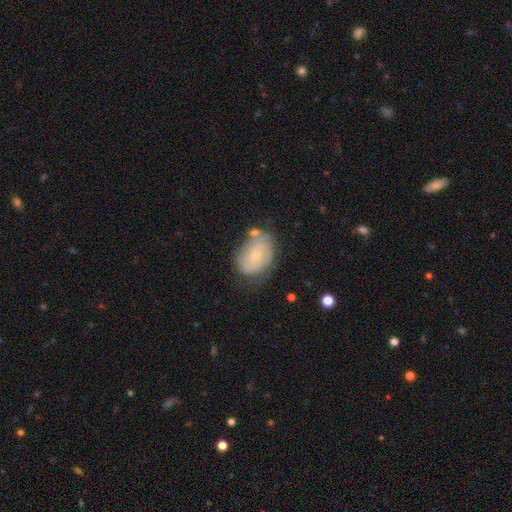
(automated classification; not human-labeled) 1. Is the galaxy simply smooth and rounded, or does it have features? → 48% smooth, 44% featured or disk, 8% star or artifact.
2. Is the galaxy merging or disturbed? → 55% none, 27% minor disturbance, 10% major disturbance, 8% merger.